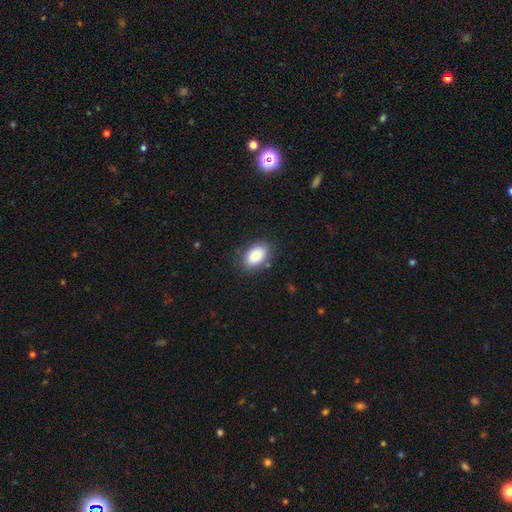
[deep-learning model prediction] Smooth or featured?
  - smooth: 88% *
  - star or artifact: 7%
  - featured or disk: 5%
How rounded?
  - in between: 90% *
  - round: 9%
  - cigar-shaped: 1%
Merging?
  - none: 82% *
  - minor disturbance: 13%
  - major disturbance: 4%
  - merger: 2%